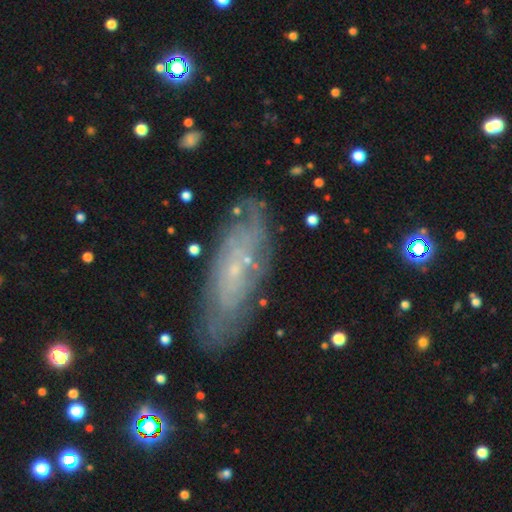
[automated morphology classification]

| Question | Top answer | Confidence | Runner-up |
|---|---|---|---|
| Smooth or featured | featured or disk | 66% | smooth (24%) |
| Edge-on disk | no | 80% | yes (20%) |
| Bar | no | 78% | weak (18%) |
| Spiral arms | yes | 75% | no (25%) |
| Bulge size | small | 84% | moderate (8%) |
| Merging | none | 78% | minor disturbance (15%) |